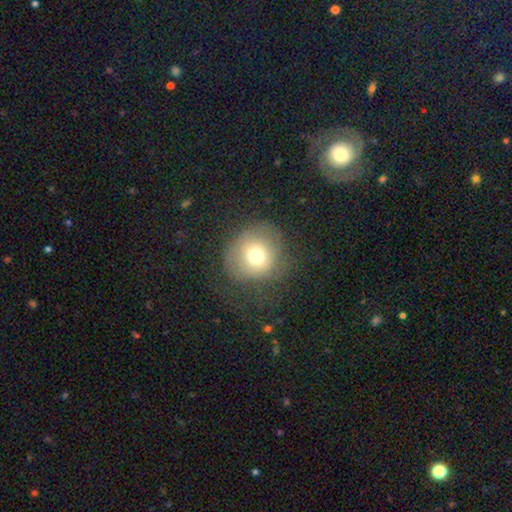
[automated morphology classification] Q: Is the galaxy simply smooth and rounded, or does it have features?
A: smooth — 71%.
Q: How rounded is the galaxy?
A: round — 89%.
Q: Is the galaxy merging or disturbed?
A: none — 66%.